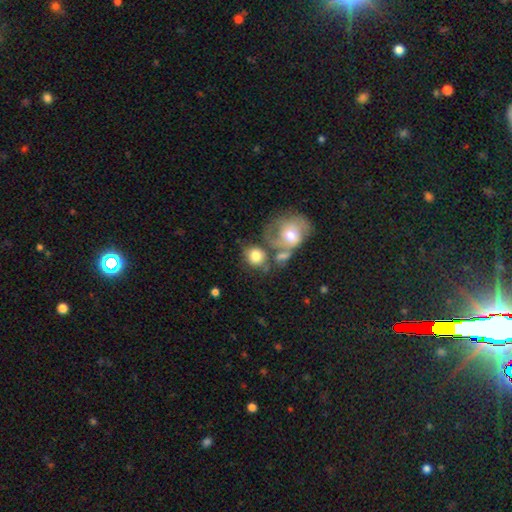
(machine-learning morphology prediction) Overall: smooth (73%). How rounded: round (69%; in between 30%). Merging: merger (39%; none 35%).